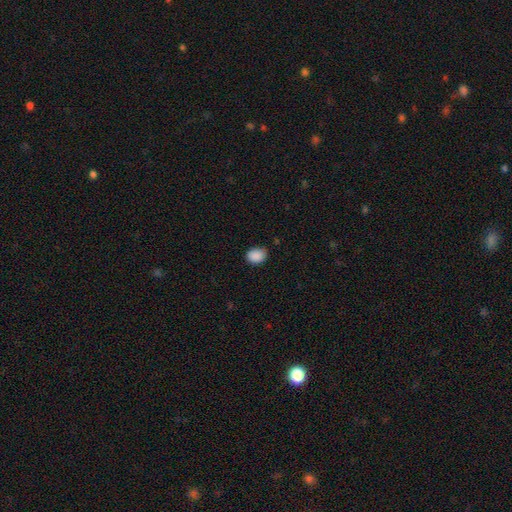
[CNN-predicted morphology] Smooth or featured?
  - smooth: 89% *
  - star or artifact: 8%
  - featured or disk: 3%
How rounded?
  - in between: 56% *
  - round: 43%
  - cigar-shaped: 1%
Merging?
  - none: 78% *
  - minor disturbance: 18%
  - major disturbance: 3%
  - merger: 1%